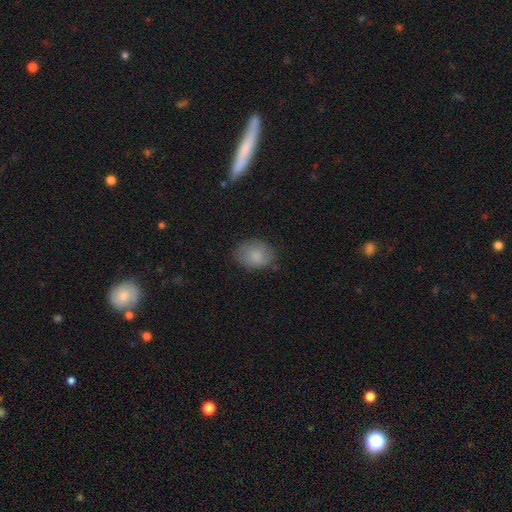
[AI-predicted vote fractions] The model was most divided on "how rounded": in between: 64%, round: 35%, cigar-shaped: 1%. More confident: smooth or featured — smooth (80%); merging — none (73%).